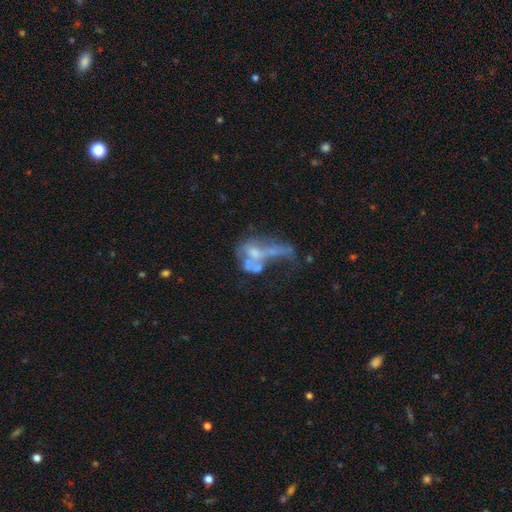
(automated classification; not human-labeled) Overall: featured or disk (60%; smooth 26%). Edge-on disk: no (95%). Bar: no (83%). Spiral arms: no (87%). Bulge size: none (39%; moderate 29%). Merging: major disturbance (42%; merger 35%).